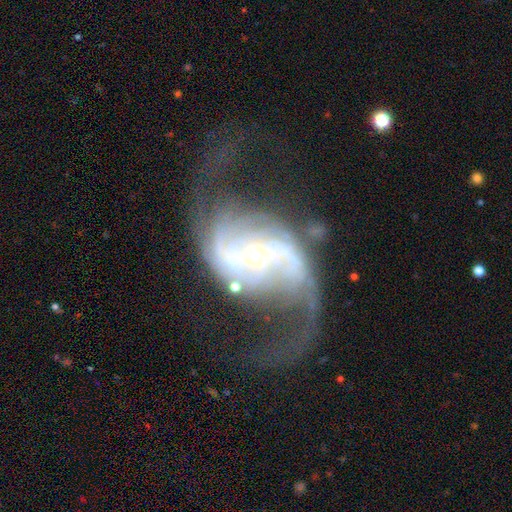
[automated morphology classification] smooth-or-featured: featured or disk: 89% | star or artifact: 7% | smooth: 5%
  disk-edge-on: no: 97% | yes: 3%
    bar: no: 47% | weak: 30% | strong: 23%
    has-spiral-arms: yes: 96% | no: 4%
      spiral-winding: loose: 51% | medium: 38% | tight: 12%
      spiral-arm-count: 2: 76% | 3: 7% | can't tell: 7% | 1: 4% | 4: 3% | more than 4: 3%
    bulge-size: small: 50% | moderate: 43% | large: 4% | dominant: 1% | none: 1%
  merging: none: 46% | major disturbance: 30% | minor disturbance: 14% | merger: 10%